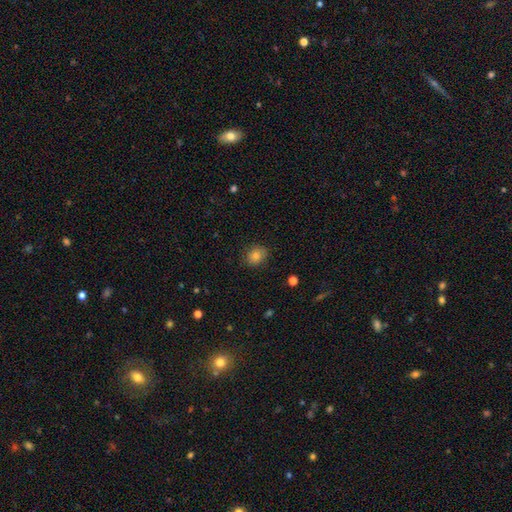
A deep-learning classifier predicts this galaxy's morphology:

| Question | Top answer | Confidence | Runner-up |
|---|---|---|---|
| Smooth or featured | smooth | 79% | star or artifact (12%) |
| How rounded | round | 63% | in between (36%) |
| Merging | none | 85% | minor disturbance (11%) |